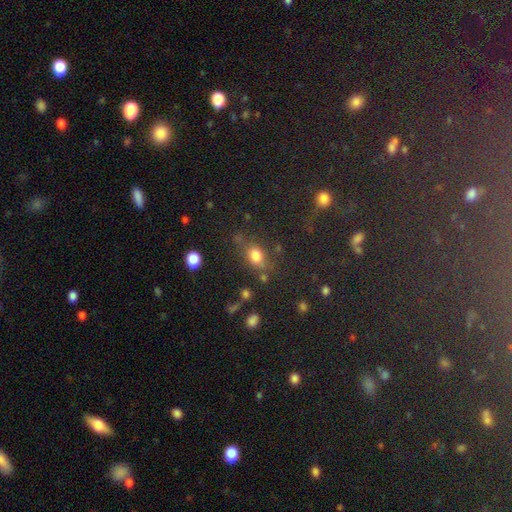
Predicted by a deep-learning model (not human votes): smooth 76%, star or artifact 15%, featured or disk 9%. Down the decision tree: how rounded — in between (57%); merging — none (68%).